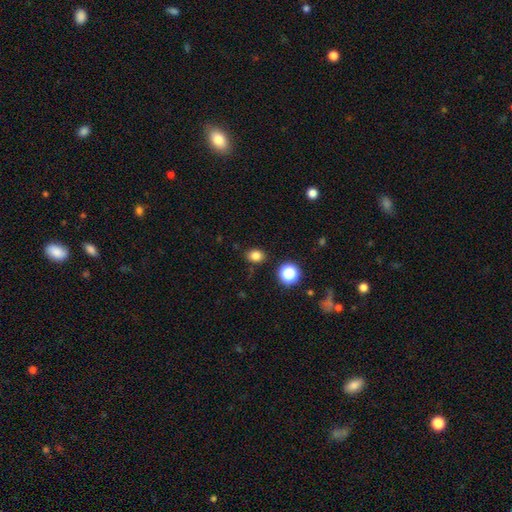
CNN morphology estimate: smooth-or-featured: smooth: 82% | star or artifact: 14% | featured or disk: 5%
  how-rounded: in between: 52% | round: 47% | cigar-shaped: 1%
  merging: none: 85% | minor disturbance: 10% | major disturbance: 3% | merger: 2%